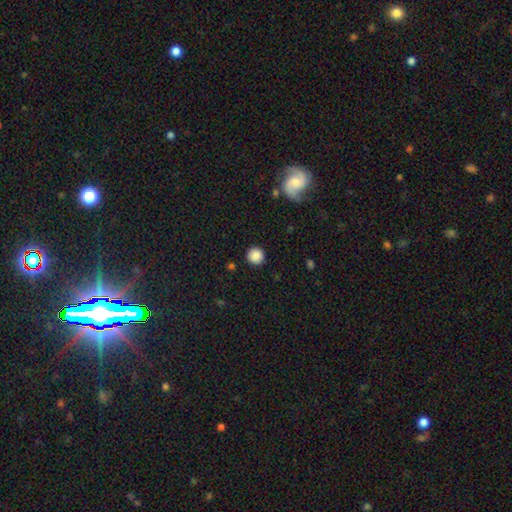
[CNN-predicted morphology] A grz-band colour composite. It shows a smooth galaxy with no disk features (87%) that is round (94%). Merging: none (90%).